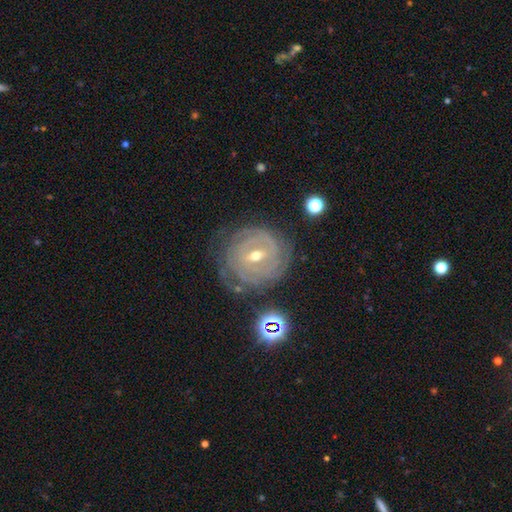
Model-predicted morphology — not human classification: Q: Smooth or featured?
A: featured or disk (87%); runner-up: smooth (7%)
Q: Edge-on disk?
A: no (96%); runner-up: yes (4%)
Q: Bar?
A: weak (50%); runner-up: strong (33%)
Q: Spiral arms?
A: yes (94%); runner-up: no (6%)
Q: Spiral winding?
A: tight (83%); runner-up: medium (14%)
Q: Spiral arm count?
A: can't tell (37%); runner-up: 2 (19%)
Q: Bulge size?
A: moderate (52%); runner-up: small (45%)
Q: Merging?
A: none (74%); runner-up: minor disturbance (16%)